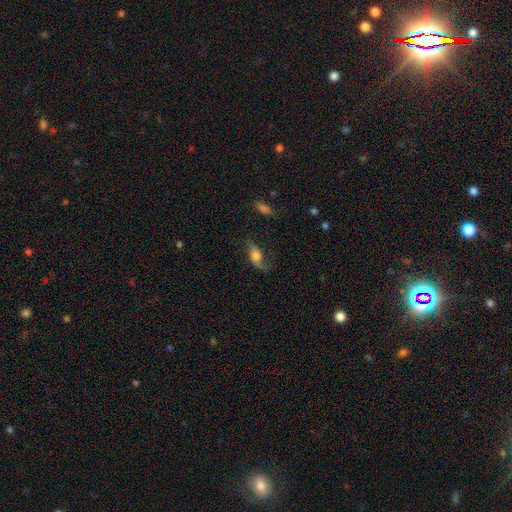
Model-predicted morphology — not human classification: The model was most divided on "bulge size": moderate: 45%, large: 28%, small: 17%, dominant: 5%, none: 5%. More confident: spiral arms — yes (91%); edge-on disk — no (88%); spiral winding — loose (80%); spiral arm count — 2 (80%); smooth or featured — featured or disk (66%); bar — no (64%); merging — none (62%).